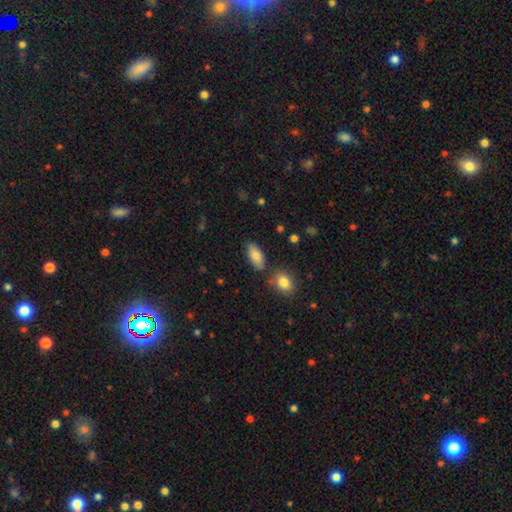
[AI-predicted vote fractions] smooth_or_featured: smooth (p=0.82) [alt: featured or disk p=0.11]
how_rounded: in between (p=0.89) [alt: cigar-shaped p=0.09]
merging: none (p=0.76) [alt: minor disturbance p=0.13]